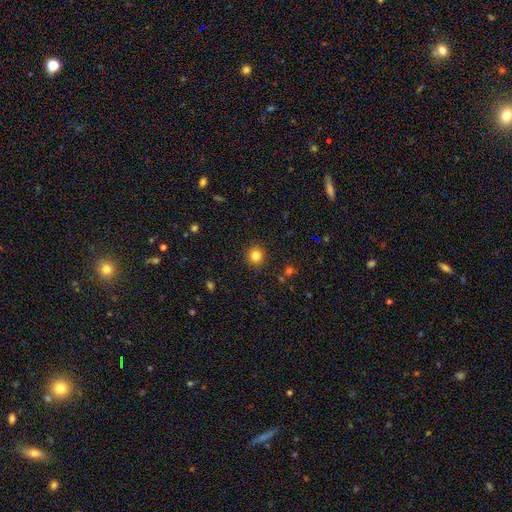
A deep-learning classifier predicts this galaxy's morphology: Smooth or featured?
  - smooth: 82% *
  - star or artifact: 13%
  - featured or disk: 5%
How rounded?
  - round: 90% *
  - in between: 9%
  - cigar-shaped: 1%
Merging?
  - none: 91% *
  - minor disturbance: 6%
  - major disturbance: 2%
  - merger: 1%